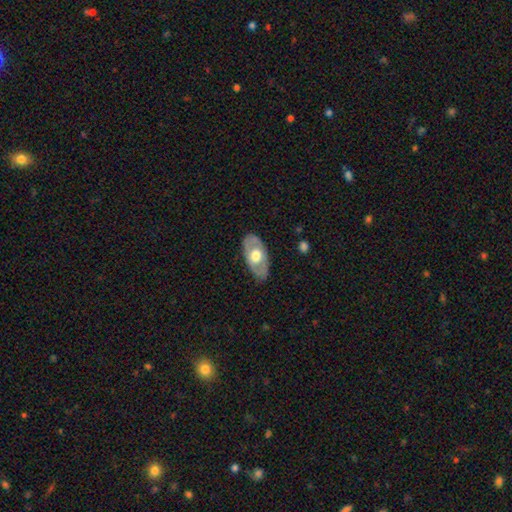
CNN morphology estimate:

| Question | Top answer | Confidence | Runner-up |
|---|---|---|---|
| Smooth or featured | featured or disk | 51% | smooth (44%) |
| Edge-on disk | no | 81% | yes (19%) |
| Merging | none | 80% | minor disturbance (15%) |